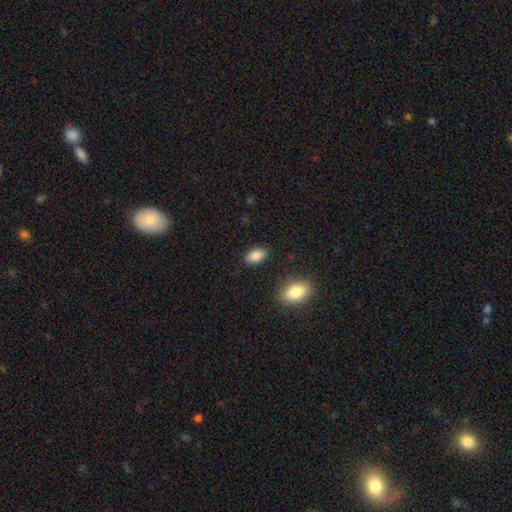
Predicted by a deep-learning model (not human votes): The model was most divided on "merging": none: 87%, minor disturbance: 9%, major disturbance: 2%, merger: 2%. More confident: how rounded — in between (92%); smooth or featured — smooth (87%).